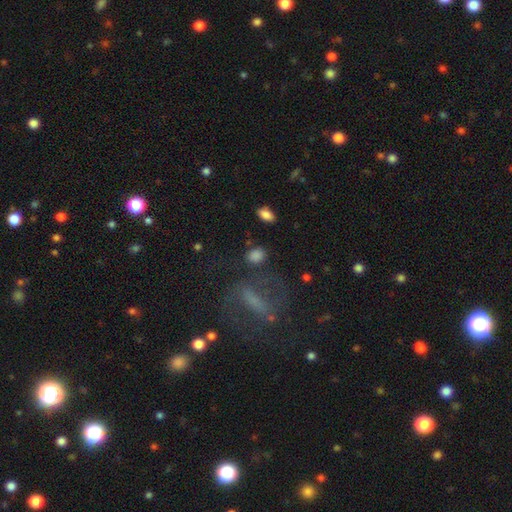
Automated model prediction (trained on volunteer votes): A smooth galaxy with no disk features (81%) that is in between round and cigar-shaped (58%). Merging: none (72%).